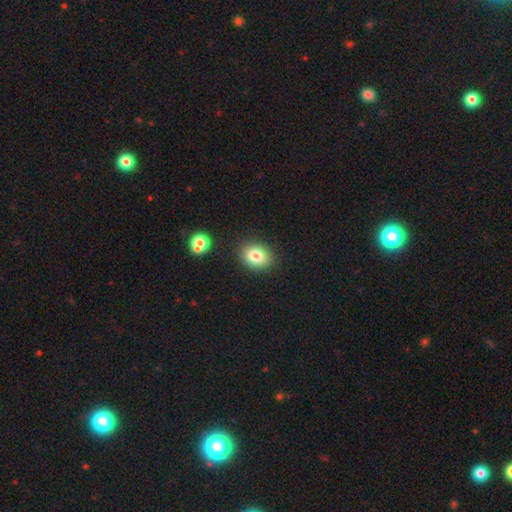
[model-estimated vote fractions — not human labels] Morphology: type=smooth (81%); roundness=in between (53%); merging=none (86%).